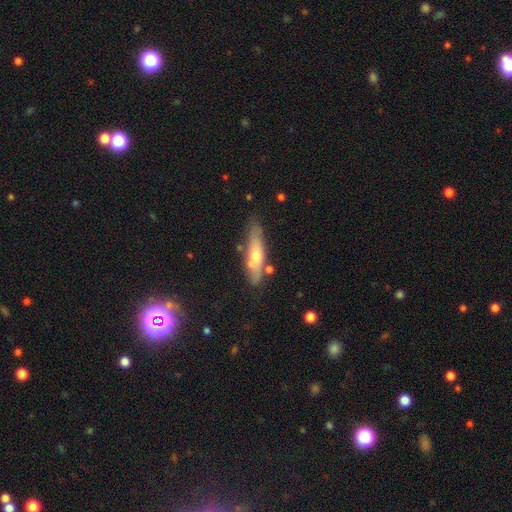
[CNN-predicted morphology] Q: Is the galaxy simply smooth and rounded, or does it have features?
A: smooth — 47%.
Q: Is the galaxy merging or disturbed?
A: none — 71%.